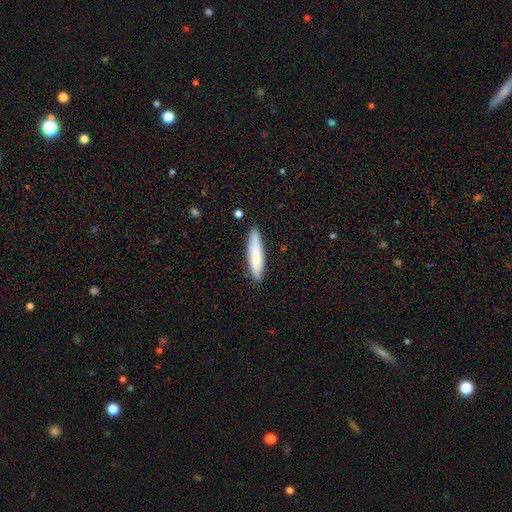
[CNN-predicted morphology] The model was most divided on "smooth or featured": smooth: 77%, featured or disk: 17%, star or artifact: 6%. More confident: merging — none (84%); how rounded — cigar-shaped (80%).